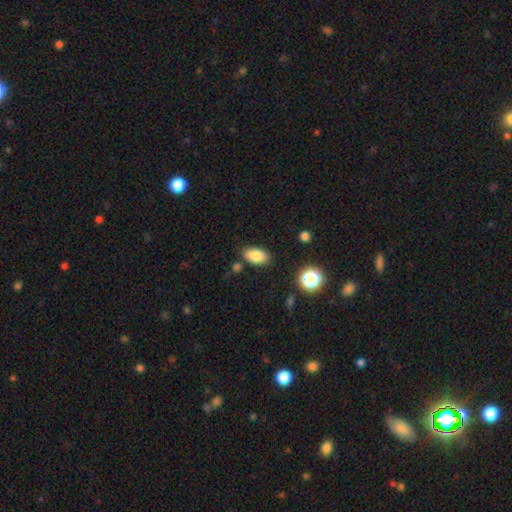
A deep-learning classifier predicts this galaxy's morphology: type=smooth (84%); roundness=in between (92%); merging=none (82%).